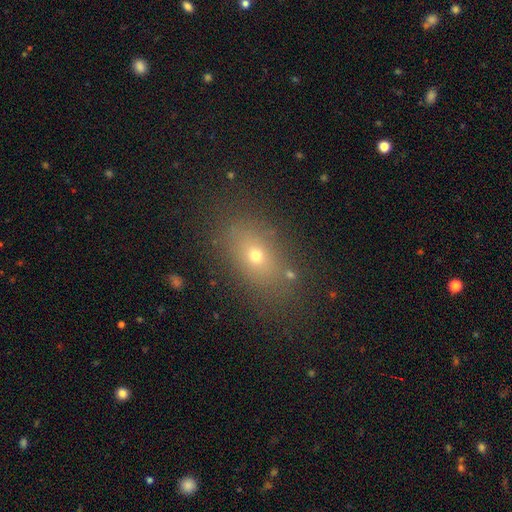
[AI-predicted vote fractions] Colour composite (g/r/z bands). It shows a smooth galaxy with no disk features (64%) that is in between round and cigar-shaped (75%). Merging: none (81%).